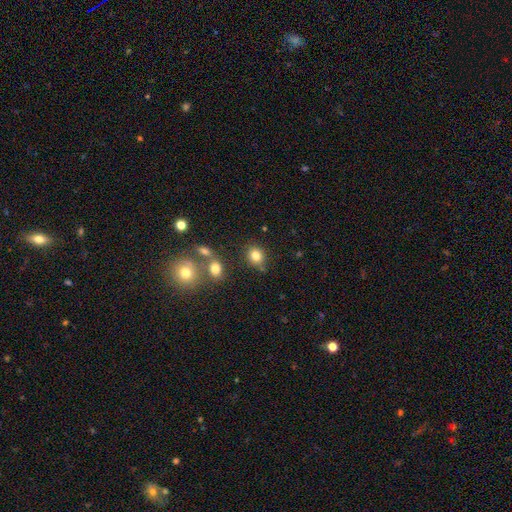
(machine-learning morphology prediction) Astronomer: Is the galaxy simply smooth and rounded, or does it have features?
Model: smooth — 81%.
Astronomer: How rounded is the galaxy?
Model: round — 67%.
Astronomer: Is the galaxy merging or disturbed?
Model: none — 77%.